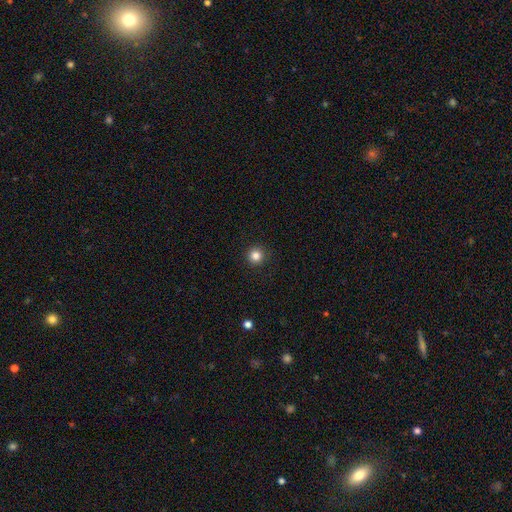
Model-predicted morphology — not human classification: A smooth galaxy with no disk features (84%) that is round (96%). Merging: none (92%).